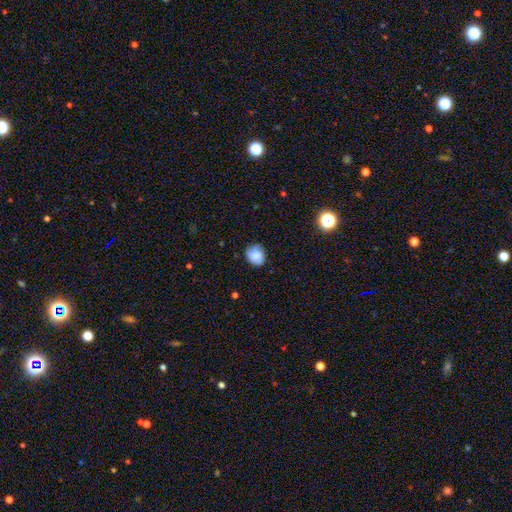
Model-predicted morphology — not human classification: smooth-or-featured: smooth: 79% | featured or disk: 12% | star or artifact: 9%
  how-rounded: round: 72% | in between: 27% | cigar-shaped: 1%
  merging: none: 77% | minor disturbance: 18% | major disturbance: 4% | merger: 1%